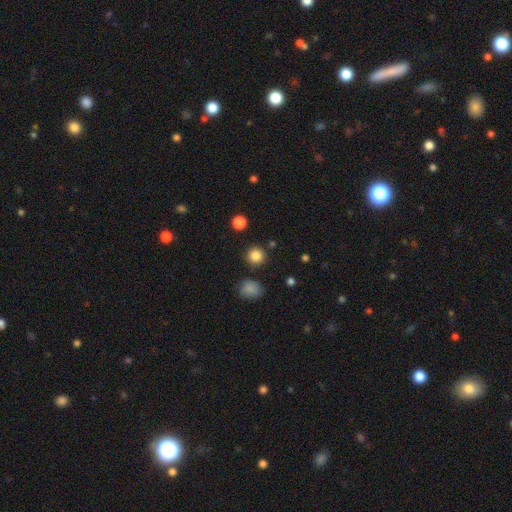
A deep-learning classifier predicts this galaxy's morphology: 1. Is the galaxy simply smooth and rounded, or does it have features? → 84% smooth, 12% star or artifact, 4% featured or disk.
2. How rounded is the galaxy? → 93% round, 6% in between, 1% cigar-shaped.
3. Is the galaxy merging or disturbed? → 88% none, 7% minor disturbance, 3% merger, 3% major disturbance.